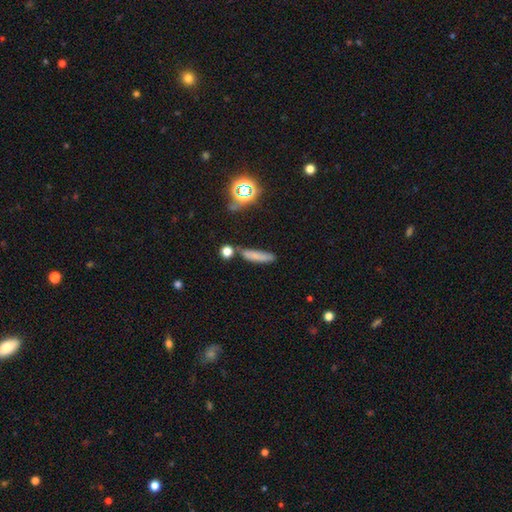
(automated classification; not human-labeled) smooth-or-featured: smooth: 72% | star or artifact: 14% | featured or disk: 14%
  how-rounded: cigar-shaped: 77% | in between: 19% | round: 5%
  merging: none: 68% | minor disturbance: 17% | merger: 10% | major disturbance: 5%